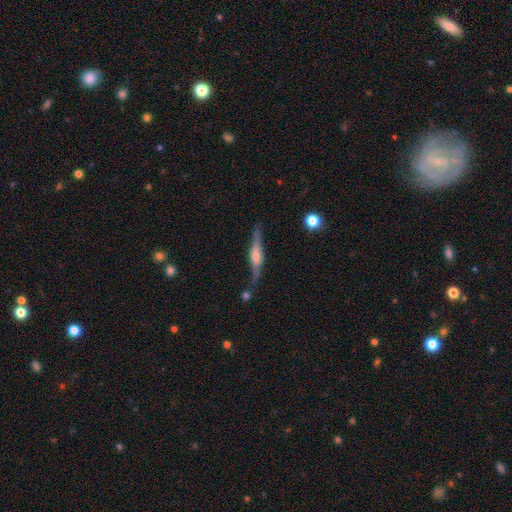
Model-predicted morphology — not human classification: The model was most divided on "edge-on bulge": rounded: 72%, boxy: 22%, none: 6%. More confident: edge-on disk — yes (94%); smooth or featured — featured or disk (76%); merging — none (70%).